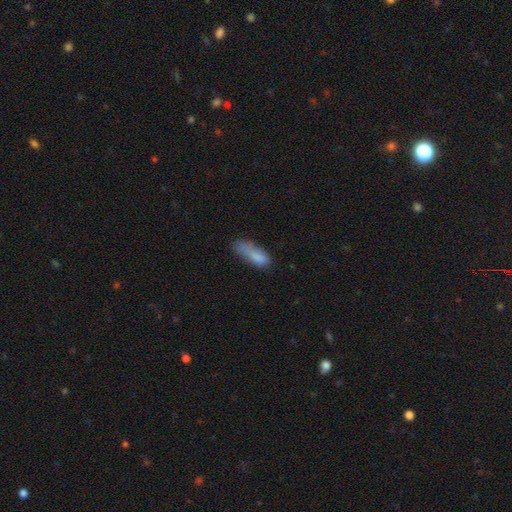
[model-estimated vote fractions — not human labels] This is likely a smooth galaxy (77%). How rounded: likely in between (66%). Merging: marginally none (35%).